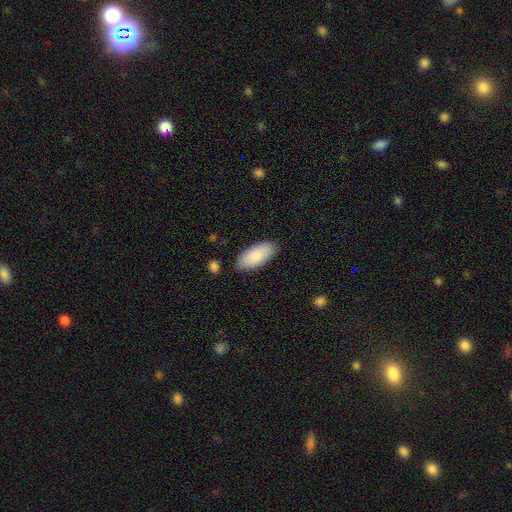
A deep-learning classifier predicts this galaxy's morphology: A smooth galaxy with no disk features (88%) that is in between round and cigar-shaped (89%).

Vote fractions:
- Smooth or featured? smooth: 88% / featured or disk: 7% / star or artifact: 6%
- How rounded? in between: 89% / cigar-shaped: 9% / round: 2%
- Merging? none: 85% / minor disturbance: 11% / major disturbance: 2% / merger: 2%